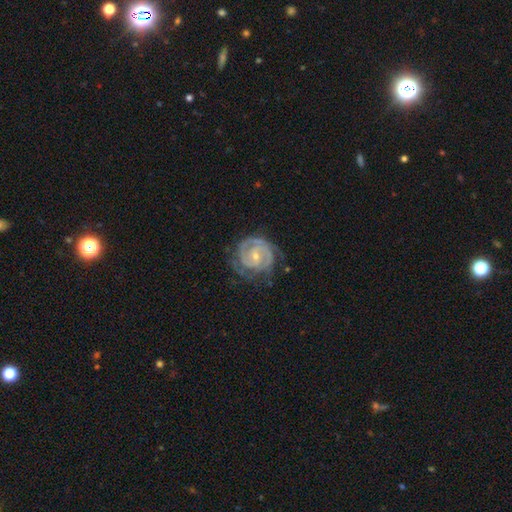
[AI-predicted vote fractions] This is clearly a featured or disk galaxy (89%). It is clearly not viewed edge-on (98%). Bar: possibly no (50%). Spiral arm pattern: clearly yes (97%). Spiral arm count: possibly 2 (55%). Spiral winding: likely tight (72%). Central bulge: likely small (64%). Merging: likely none (66%).